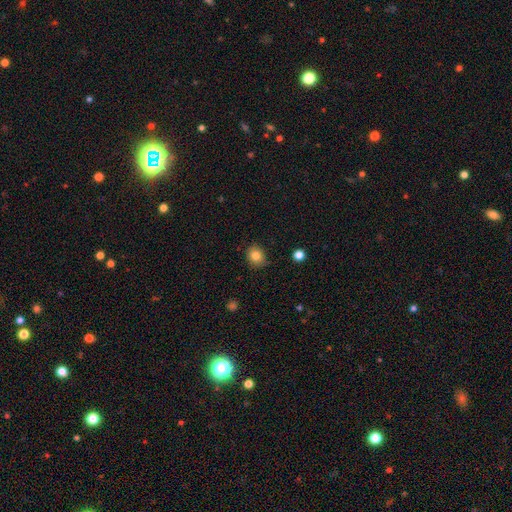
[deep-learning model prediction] A smooth galaxy with no disk features (82%) that is round (71%). Merging: none (79%).